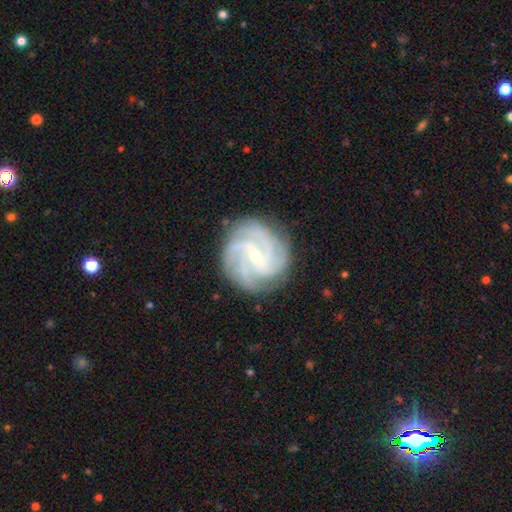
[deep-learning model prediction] This appears to be a featured or disk galaxy (88%) with a weak bar (49%), 4 (40%) tight (57%) spiral arms (98%) and a small central bulge (67%). Merging: none (83%).